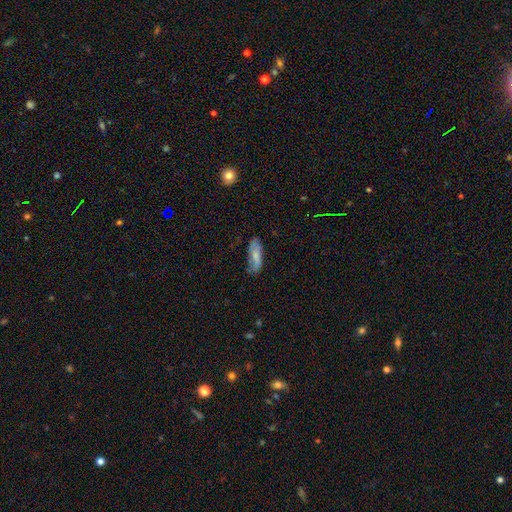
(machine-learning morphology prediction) Smooth or featured: smooth — 62% (featured or disk — 31%)
How rounded: in between — 64% (cigar-shaped — 33%)
Merging: none — 63% (minor disturbance — 27%)